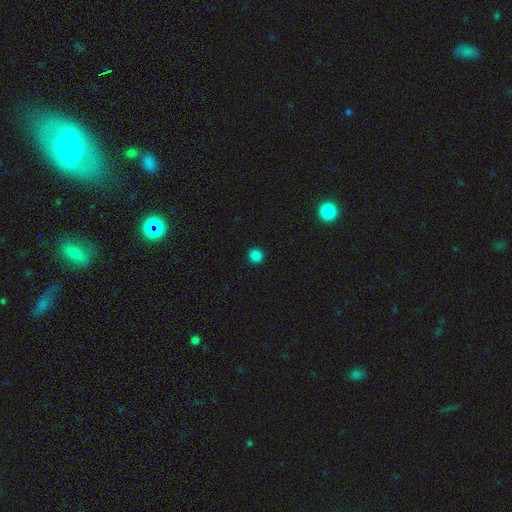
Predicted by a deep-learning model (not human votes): The model was most divided on "smooth or featured": smooth: 85%, star or artifact: 12%, featured or disk: 3%. More confident: how rounded — round (94%); merging — none (93%).